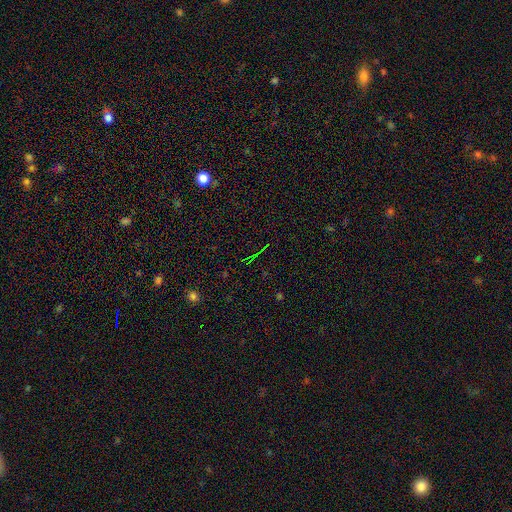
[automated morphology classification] Smooth or featured: star or artifact — 74% (smooth — 15%)